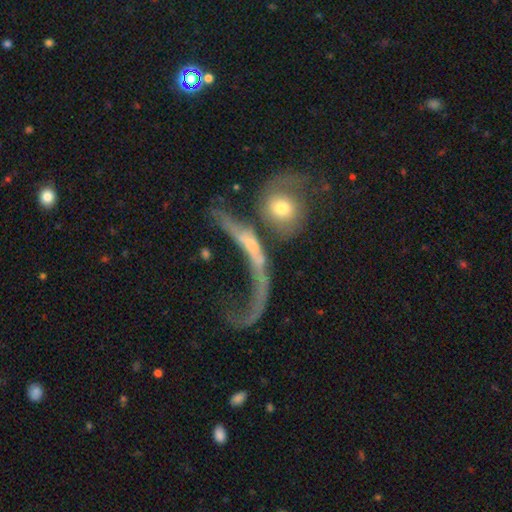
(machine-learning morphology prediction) type=featured or disk (60%); edge-on=no (73%); merging=merger (42%).